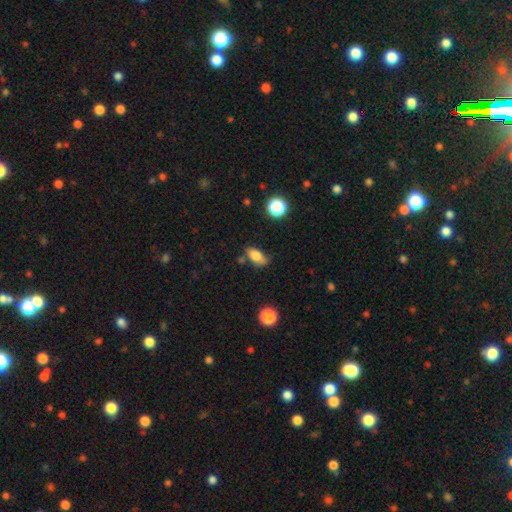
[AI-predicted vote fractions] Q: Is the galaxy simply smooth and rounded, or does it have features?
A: smooth — 77%.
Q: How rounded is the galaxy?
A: in between — 84%.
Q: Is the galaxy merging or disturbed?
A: none — 56%.